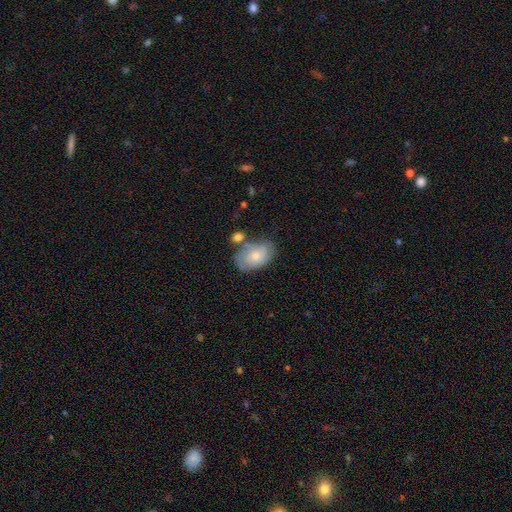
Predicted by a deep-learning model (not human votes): smooth_or_featured: smooth (p=0.59) [alt: featured or disk p=0.34]
how_rounded: in between (p=0.85) [alt: round p=0.14]
merging: none (p=0.47) [alt: minor disturbance p=0.26]